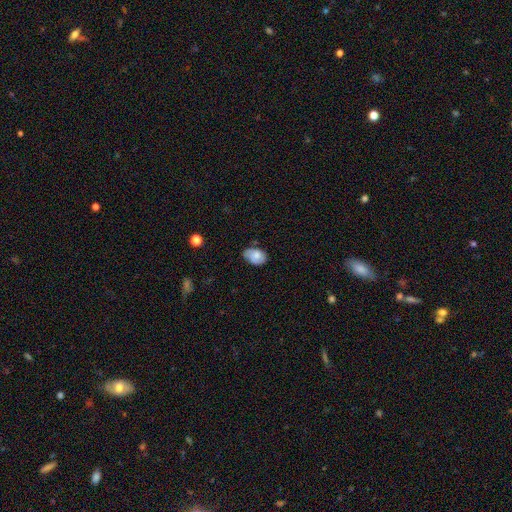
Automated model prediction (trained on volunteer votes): A smooth galaxy with no disk features (64%) that is in between round and cigar-shaped (83%).

Vote fractions:
- Smooth or featured? smooth: 64% / featured or disk: 28% / star or artifact: 8%
- How rounded? in between: 83% / round: 16% / cigar-shaped: 1%
- Merging? none: 58% / minor disturbance: 33% / major disturbance: 7% / merger: 2%